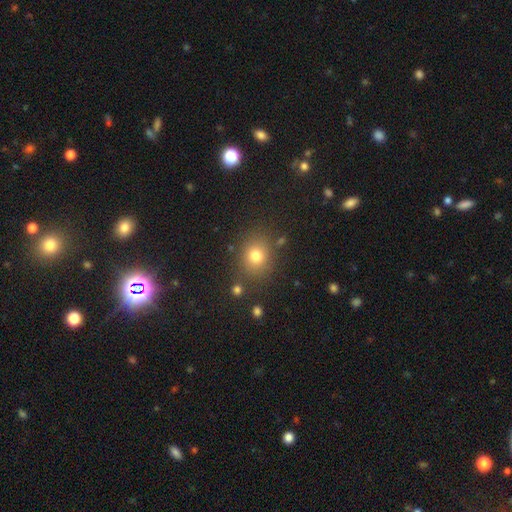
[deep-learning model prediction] Smooth or featured? smooth (77%)
How rounded? round (72%)
Merging? none (81%)